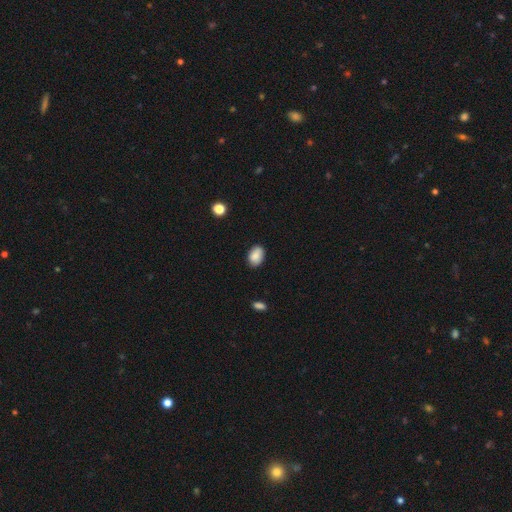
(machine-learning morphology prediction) This appears to be a smooth galaxy with no disk features (86%) that is in between round and cigar-shaped (84%). Merging: none (83%).